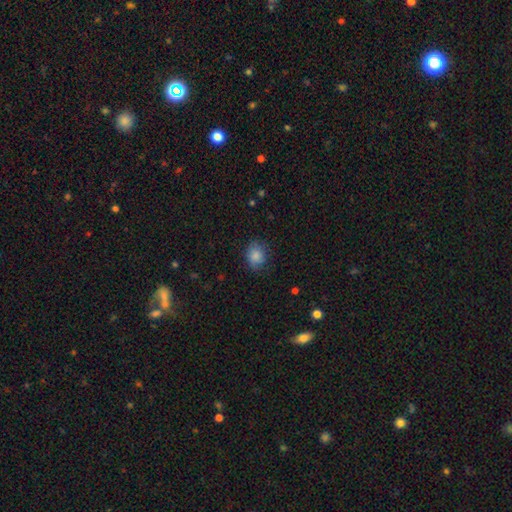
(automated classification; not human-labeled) smooth-or-featured: smooth: 82% | featured or disk: 10% | star or artifact: 9%
  how-rounded: round: 55% | in between: 44% | cigar-shaped: 1%
  merging: none: 72% | minor disturbance: 21% | major disturbance: 6% | merger: 1%